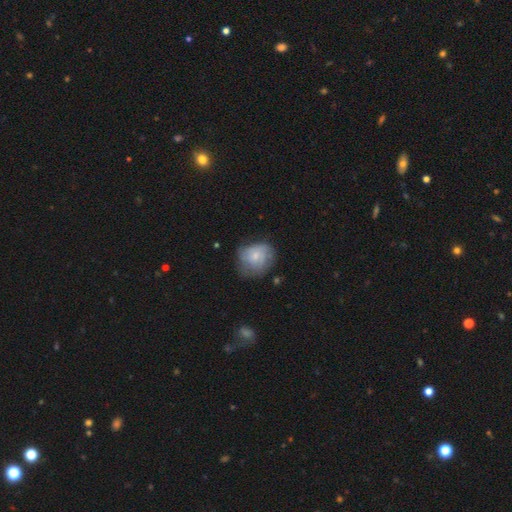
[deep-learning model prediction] The model was most divided on "merging": none: 52%, minor disturbance: 31%, major disturbance: 14%, merger: 2%. More confident: how rounded — round (64%); smooth or featured — smooth (58%).